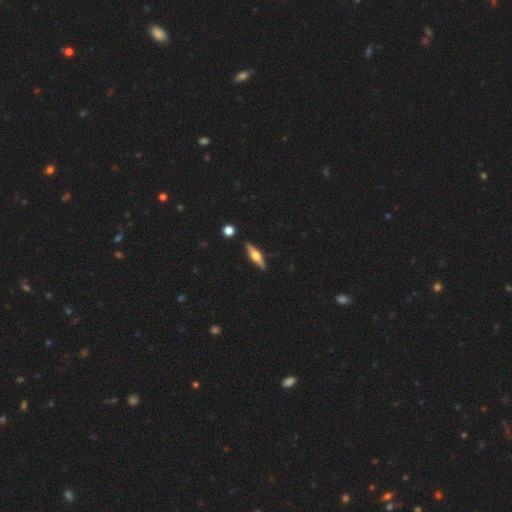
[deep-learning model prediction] Overall: featured or disk (66%; smooth 28%). Edge-on disk: yes (96%). Edge-on bulge: rounded (93%). Merging: none (89%).